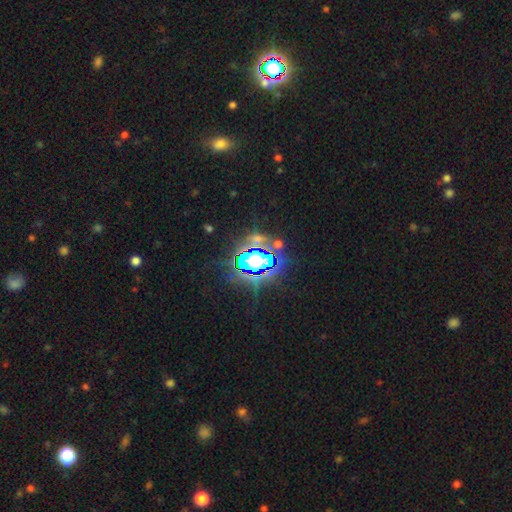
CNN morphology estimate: Smooth or featured: star or artifact — 77% (smooth — 13%)